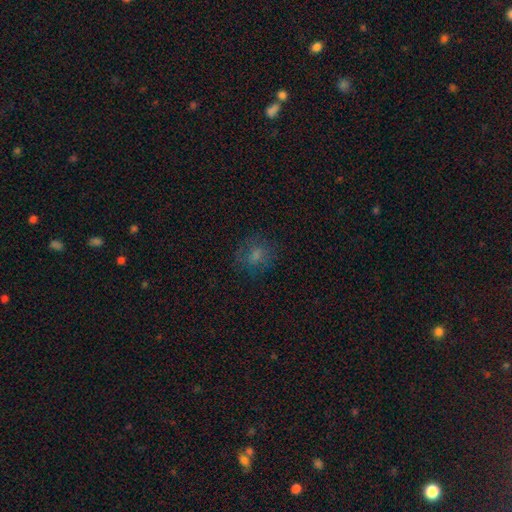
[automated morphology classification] Overall: smooth (63%). How rounded: round (68%; in between 31%). Merging: none (71%).